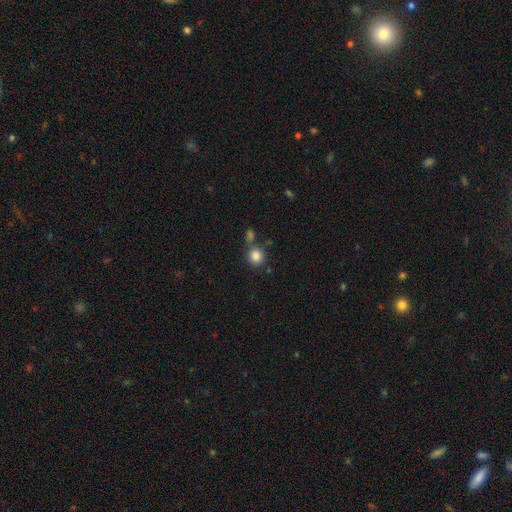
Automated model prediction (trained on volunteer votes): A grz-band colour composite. It shows a smooth galaxy with no disk features (84%) that is round (86%). Merging: none (65%).